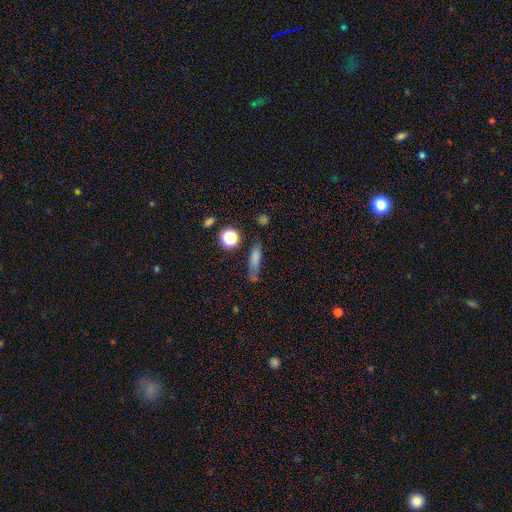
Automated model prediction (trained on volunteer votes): A smooth galaxy with no disk features (54%) that is cigar-shaped (61%). Merging: none (74%).